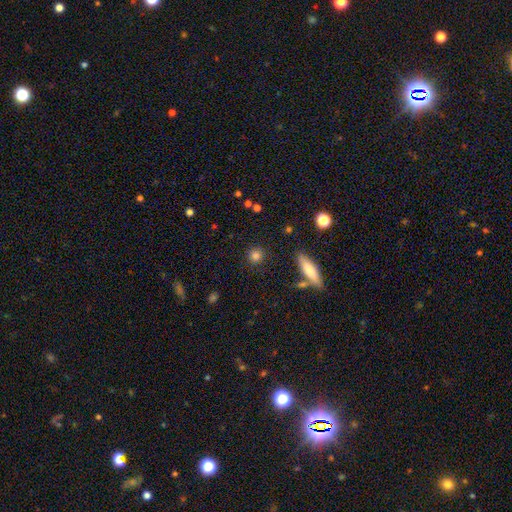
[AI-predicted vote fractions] Smooth or featured? Predicted: smooth (p=0.82). How rounded? Predicted: round (p=0.84). Merging? Predicted: none (p=0.87).